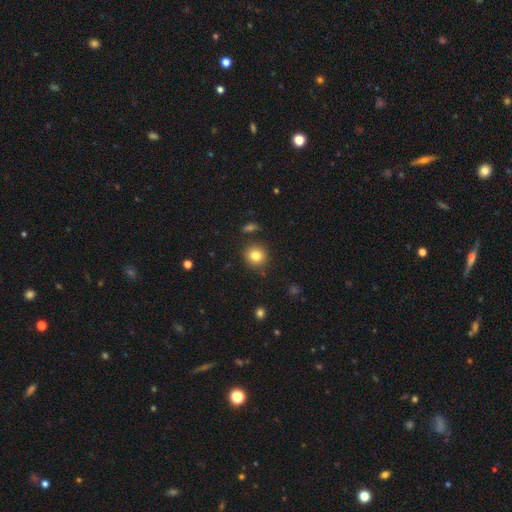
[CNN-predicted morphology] Q: Smooth or featured?
A: smooth (81%); runner-up: star or artifact (11%)
Q: How rounded?
A: round (89%); runner-up: in between (10%)
Q: Merging?
A: none (86%); runner-up: minor disturbance (8%)